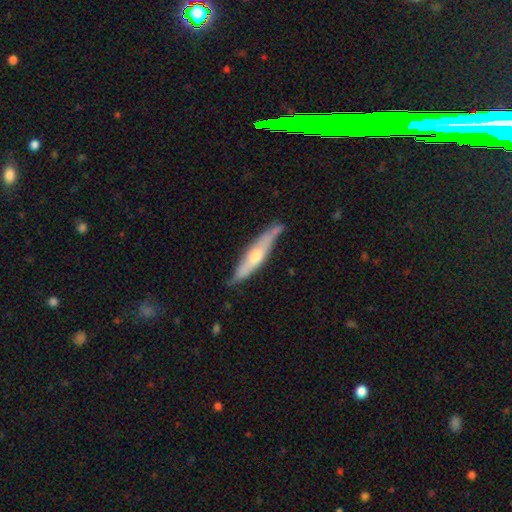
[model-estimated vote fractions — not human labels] Q: Smooth or featured?
A: featured or disk (59%); runner-up: smooth (34%)
Q: Edge-on disk?
A: yes (80%); runner-up: no (20%)
Q: Merging?
A: none (75%); runner-up: minor disturbance (19%)